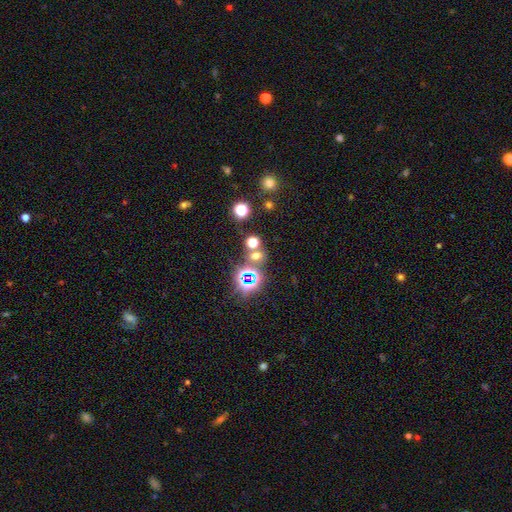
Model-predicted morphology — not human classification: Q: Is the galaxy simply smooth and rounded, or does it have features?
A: star or artifact — 50%.